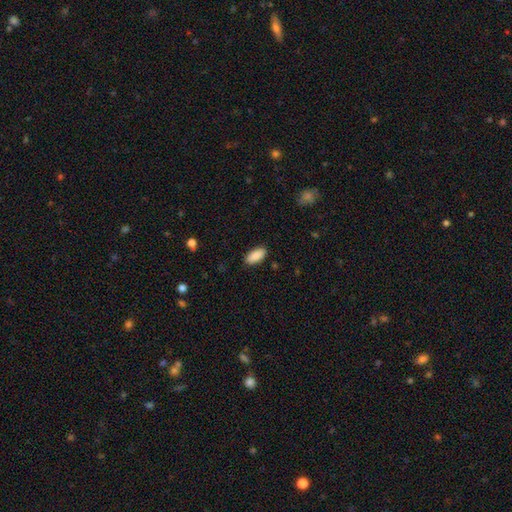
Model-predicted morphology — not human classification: Smooth or featured: smooth — 90% (star or artifact — 6%)
How rounded: in between — 89% (cigar-shaped — 9%)
Merging: none — 88% (minor disturbance — 9%)